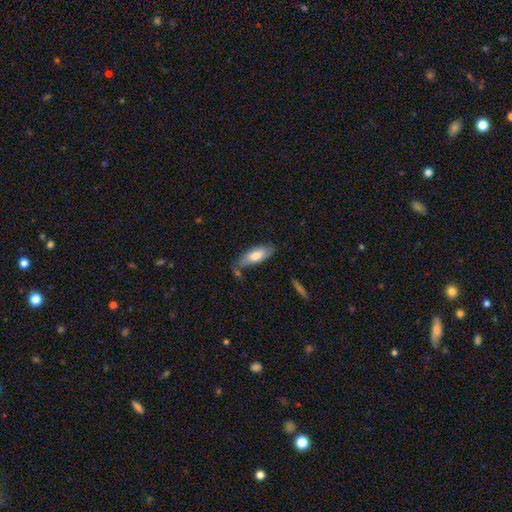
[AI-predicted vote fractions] Smooth or featured: smooth — 70% (featured or disk — 24%)
How rounded: in between — 77% (cigar-shaped — 21%)
Merging: none — 59% (minor disturbance — 26%)